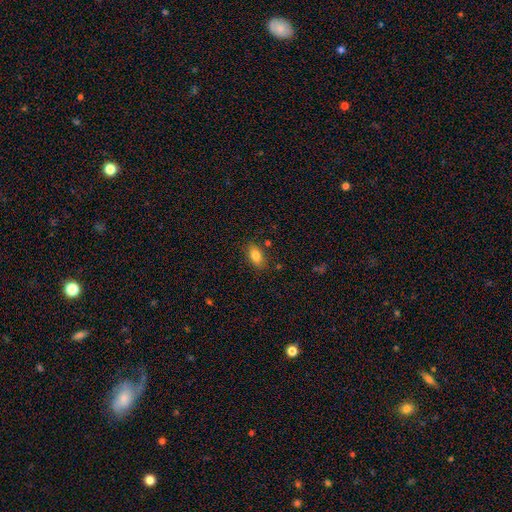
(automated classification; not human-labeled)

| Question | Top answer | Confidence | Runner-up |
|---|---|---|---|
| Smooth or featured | smooth | 81% | featured or disk (10%) |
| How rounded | in between | 88% | round (7%) |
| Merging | none | 84% | minor disturbance (11%) |